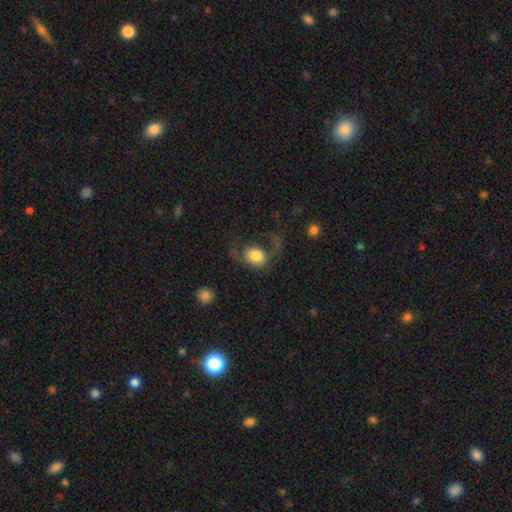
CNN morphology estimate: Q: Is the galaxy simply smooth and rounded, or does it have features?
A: smooth — 54%.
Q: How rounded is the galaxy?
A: round — 49%, tied with in between.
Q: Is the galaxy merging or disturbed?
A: major disturbance — 44%.